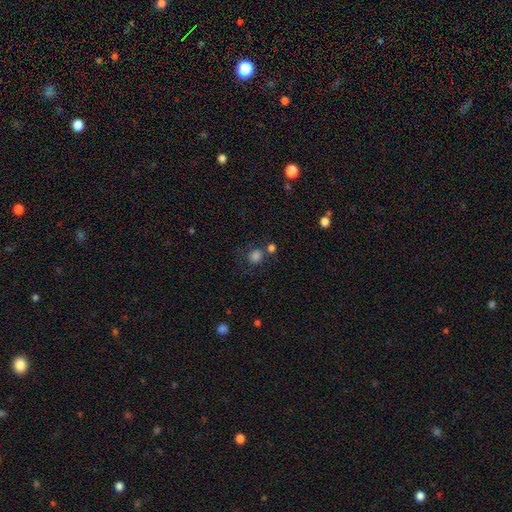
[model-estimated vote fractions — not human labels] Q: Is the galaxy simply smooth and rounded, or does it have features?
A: smooth — 81%.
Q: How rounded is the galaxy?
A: round — 80%.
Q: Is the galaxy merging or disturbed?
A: none — 62%.